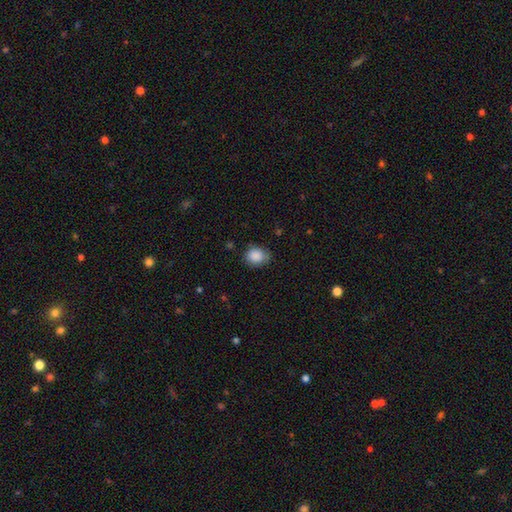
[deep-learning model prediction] smooth 88%, star or artifact 8%, featured or disk 4%. Down the decision tree: how rounded — round (56%); merging — none (71%).